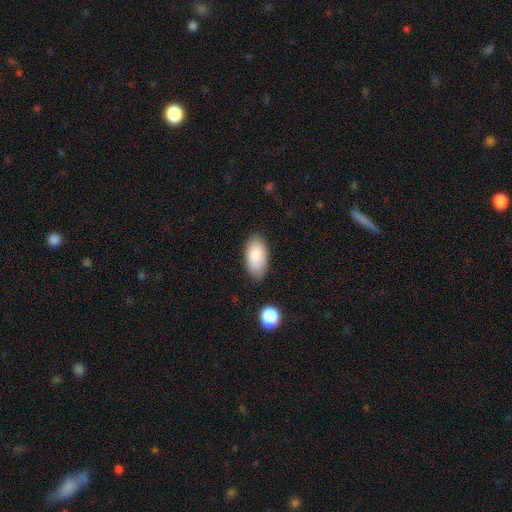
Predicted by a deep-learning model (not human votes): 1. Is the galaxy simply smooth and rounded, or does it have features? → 87% smooth, 7% featured or disk, 7% star or artifact.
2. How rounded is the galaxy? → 94% in between, 4% cigar-shaped, 2% round.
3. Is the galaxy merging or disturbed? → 83% none, 12% minor disturbance, 3% major disturbance, 2% merger.